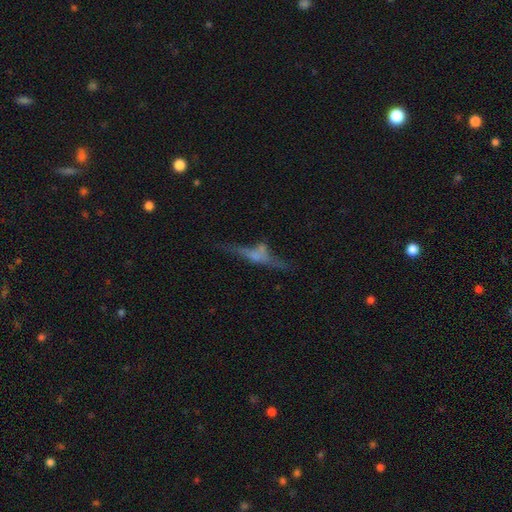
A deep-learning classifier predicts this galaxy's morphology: Smooth or featured? Predicted: featured or disk (p=0.61). Edge-on disk? Predicted: yes (p=0.82). Edge-on bulge? Predicted: rounded (p=0.57). Merging? Predicted: none (p=0.55).